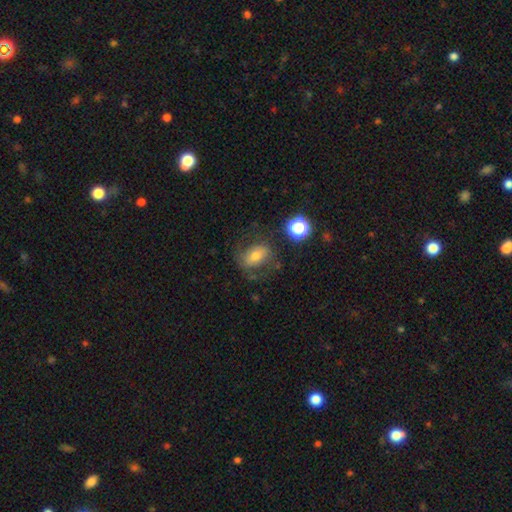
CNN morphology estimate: This is possibly a smooth galaxy (55%). How rounded: likely in between (72%). Merging: likely none (62%).